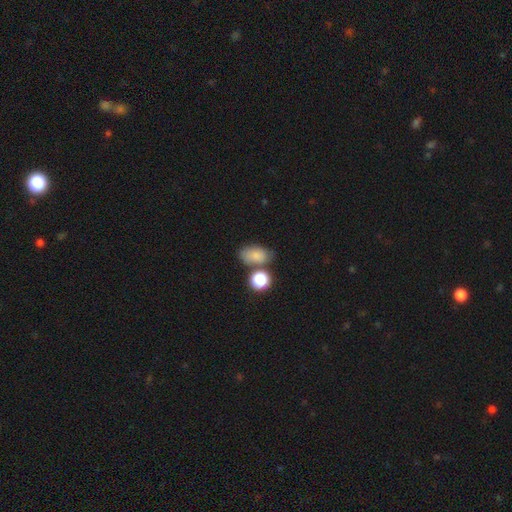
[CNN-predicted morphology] The model was most divided on "merging": none: 58%, merger: 18%, minor disturbance: 18%, major disturbance: 6%. More confident: how rounded — in between (83%); smooth or featured — smooth (80%).